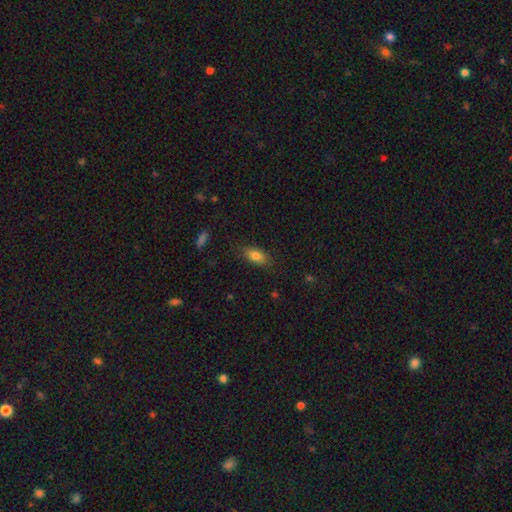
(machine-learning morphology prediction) Smooth or featured? smooth (80%)
How rounded? in between (85%)
Merging? none (82%)